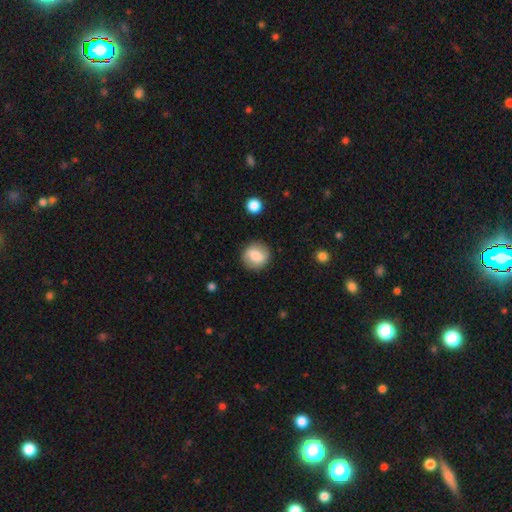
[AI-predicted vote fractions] Smooth or featured: smooth — 78% (featured or disk — 14%)
How rounded: round — 85% (in between — 14%)
Merging: none — 87% (minor disturbance — 9%)